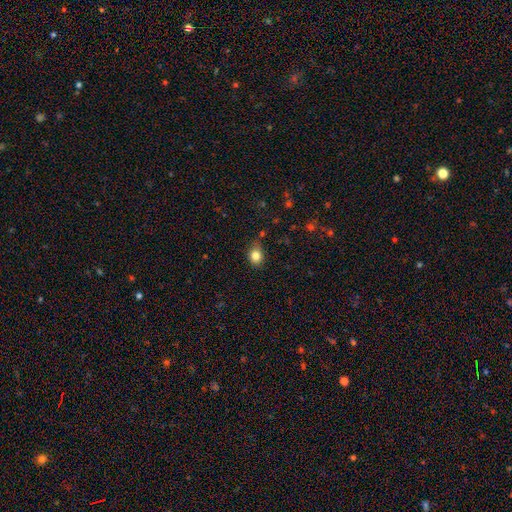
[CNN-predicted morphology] smooth-or-featured: smooth: 83% | star or artifact: 10% | featured or disk: 7%
  how-rounded: in between: 52% | round: 47% | cigar-shaped: 1%
  merging: none: 74% | minor disturbance: 21% | major disturbance: 4% | merger: 2%